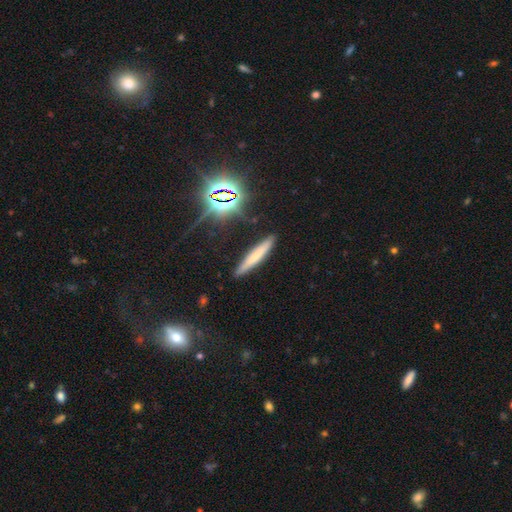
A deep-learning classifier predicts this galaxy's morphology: smooth 60%, featured or disk 25%, star or artifact 15%. Down the decision tree: how rounded — cigar-shaped (92%); merging — none (88%).